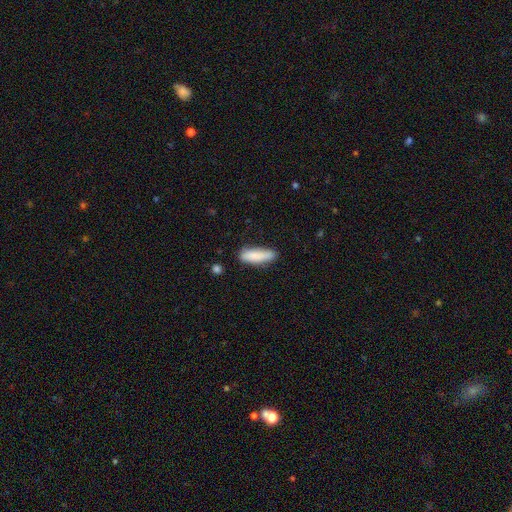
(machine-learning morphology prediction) This appears to be a smooth galaxy with no disk features (85%) that is cigar-shaped (58%). Merging: none (76%).